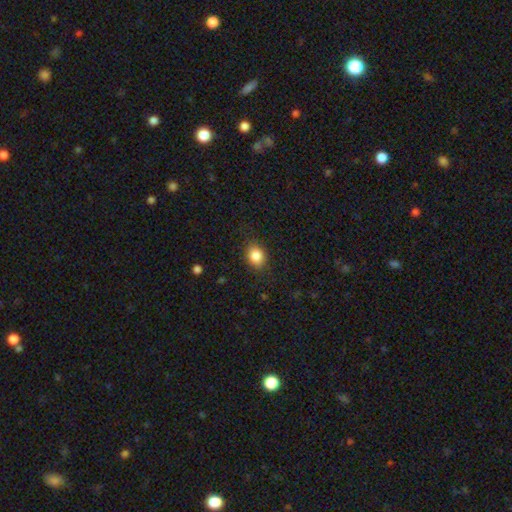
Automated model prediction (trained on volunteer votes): A smooth galaxy with no disk features (85%) that is in between round and cigar-shaped (54%).

Vote fractions:
- Smooth or featured? smooth: 85% / star or artifact: 9% / featured or disk: 5%
- How rounded? in between: 54% / round: 45% / cigar-shaped: 1%
- Merging? none: 86% / minor disturbance: 10% / major disturbance: 3% / merger: 1%